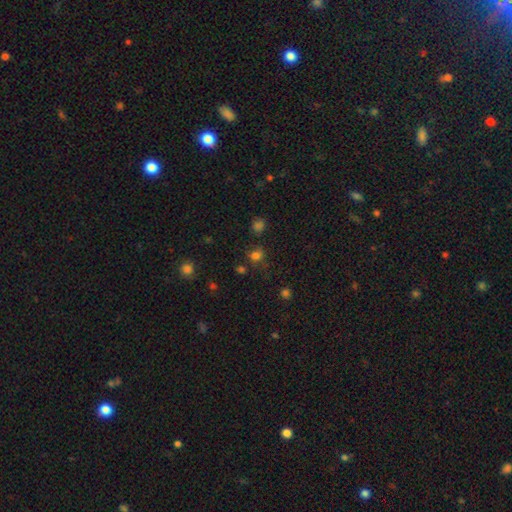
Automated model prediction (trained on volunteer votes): This is likely a smooth galaxy (70%). How rounded: likely round (68%). Merging: likely none (67%).